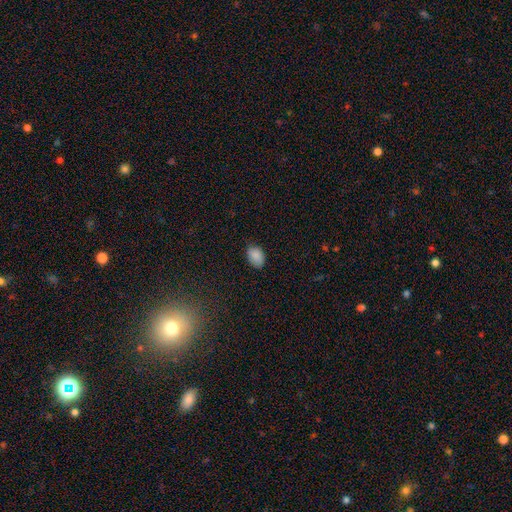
Volunteers were most divided on "merging": none: 87%, minor disturbance: 10%, major disturbance: 3%, merger: 0%. More confident: smooth or featured — smooth (95%); how rounded — in between (89%).